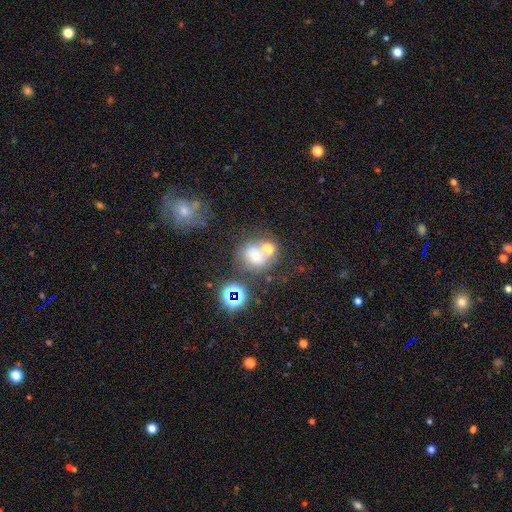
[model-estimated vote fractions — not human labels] smooth_or_featured: smooth (p=0.53) [alt: featured or disk p=0.25]
how_rounded: round (p=0.75) [alt: in between p=0.24]
merging: none (p=0.42) [alt: merger p=0.37]